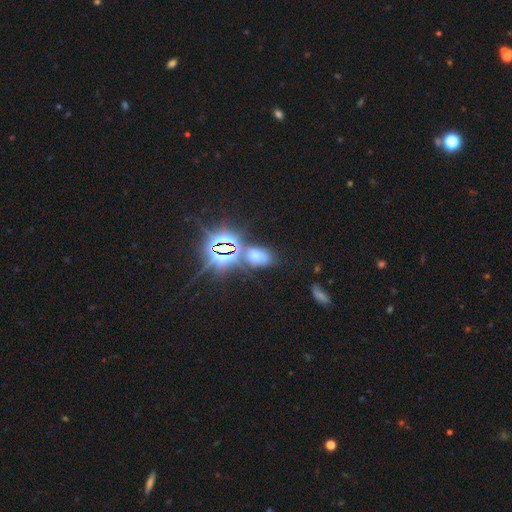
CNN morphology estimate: This appears to be a star or artifact, not a galaxy (45%, tied with smooth).